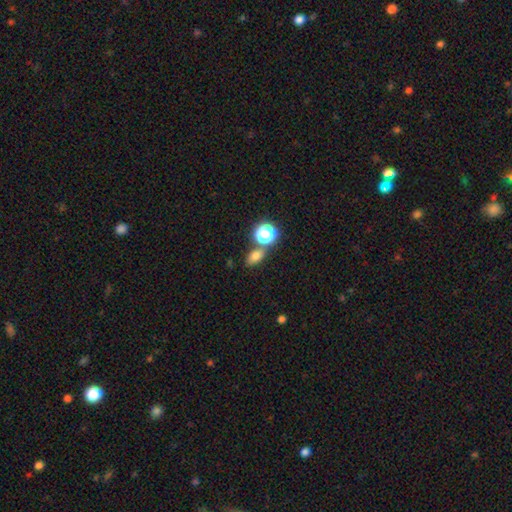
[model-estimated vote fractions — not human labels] Overall: smooth (71%). How rounded: in between (72%). Merging: none (71%).